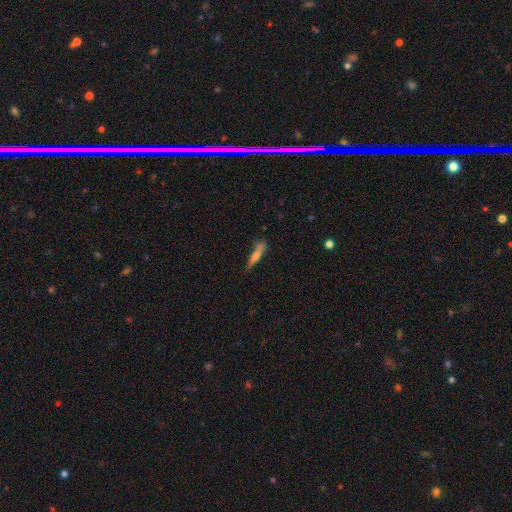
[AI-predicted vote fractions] smooth-or-featured: smooth: 54% | featured or disk: 37% | star or artifact: 8%
  how-rounded: cigar-shaped: 88% | in between: 10% | round: 2%
  merging: none: 60% | minor disturbance: 24% | merger: 8% | major disturbance: 8%